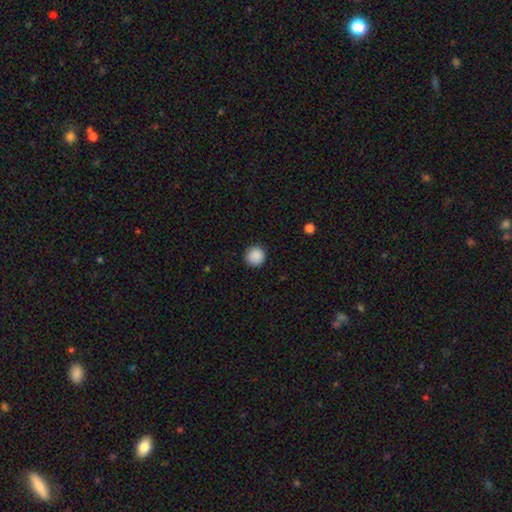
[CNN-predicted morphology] Smooth or featured? smooth (89%)
How rounded? round (95%)
Merging? none (91%)